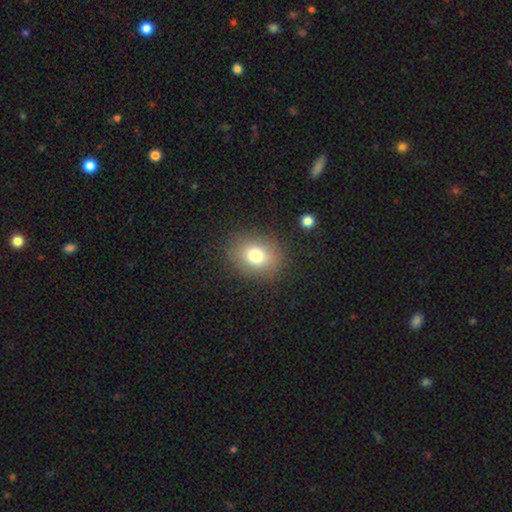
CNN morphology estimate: Smooth or featured: smooth — 76% (featured or disk — 12%)
How rounded: round — 54% (in between — 45%)
Merging: none — 85% (minor disturbance — 9%)